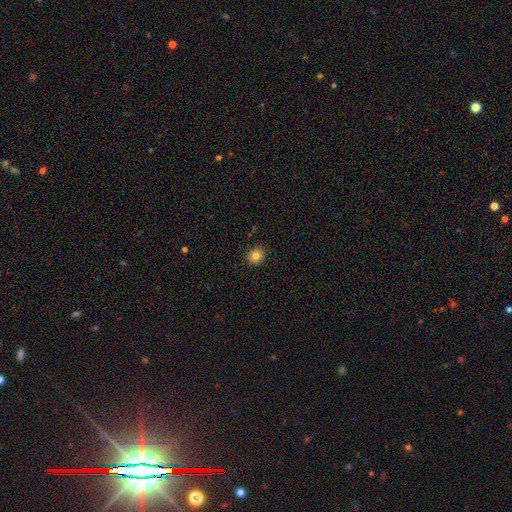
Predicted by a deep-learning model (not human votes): Q: Smooth or featured?
A: smooth (82%); runner-up: star or artifact (11%)
Q: How rounded?
A: round (79%); runner-up: in between (20%)
Q: Merging?
A: none (89%); runner-up: minor disturbance (8%)